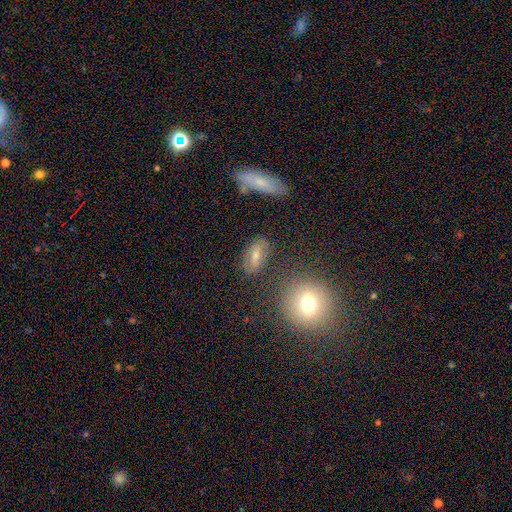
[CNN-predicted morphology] smooth-or-featured: smooth: 59% | featured or disk: 30% | star or artifact: 11%
  how-rounded: in between: 83% | cigar-shaped: 11% | round: 7%
  merging: none: 76% | minor disturbance: 15% | major disturbance: 5% | merger: 4%